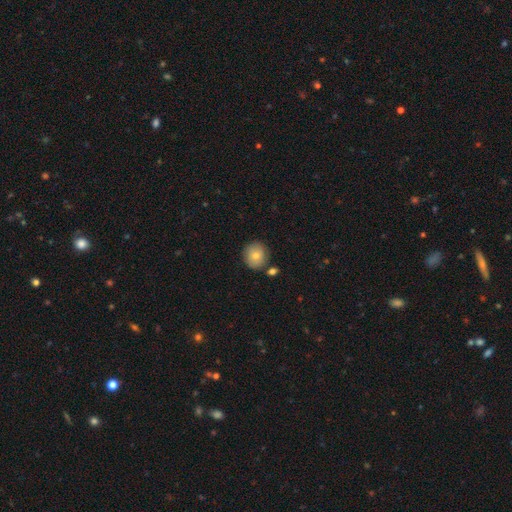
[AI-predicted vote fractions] The model was most divided on "smooth or featured": smooth: 80%, featured or disk: 12%, star or artifact: 9%. More confident: how rounded — round (84%); merging — none (79%).